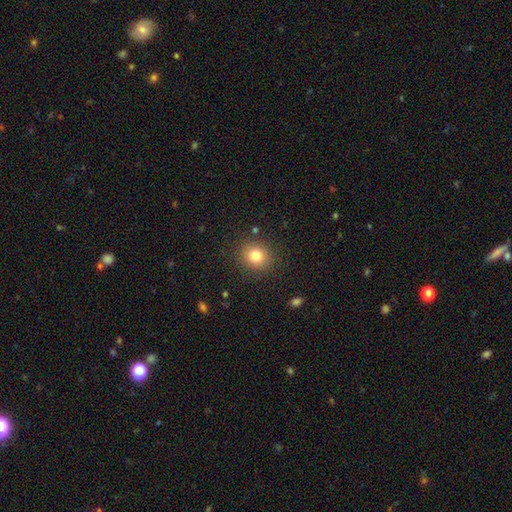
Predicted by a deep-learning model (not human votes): Smooth or featured? smooth (80%)
How rounded? round (78%)
Merging? none (88%)